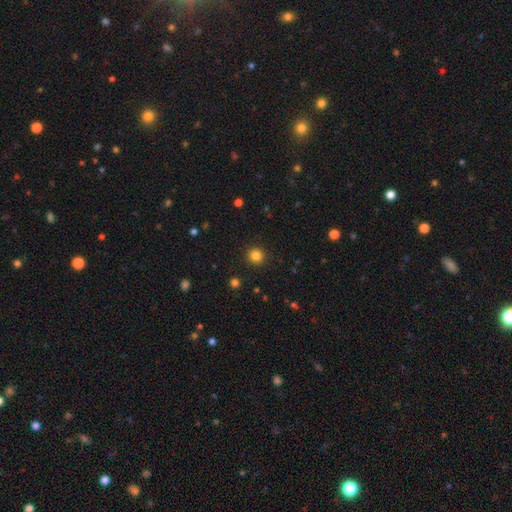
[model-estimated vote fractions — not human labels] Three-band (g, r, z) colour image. It shows a smooth galaxy with no disk features (83%) that is round (94%). Merging: none (92%).